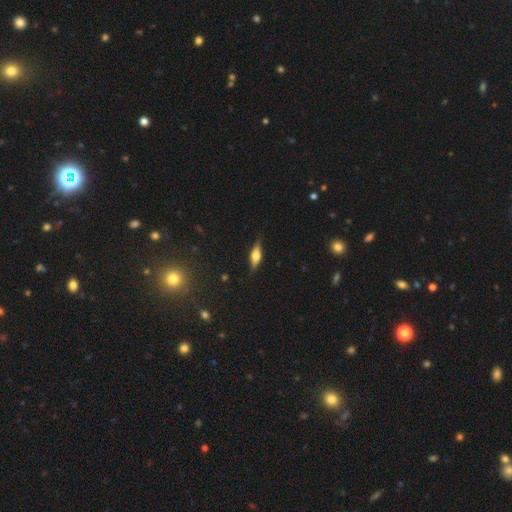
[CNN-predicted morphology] This appears to be a featured or disk galaxy (51%) viewed edge-on (92%). Merging: none (82%).